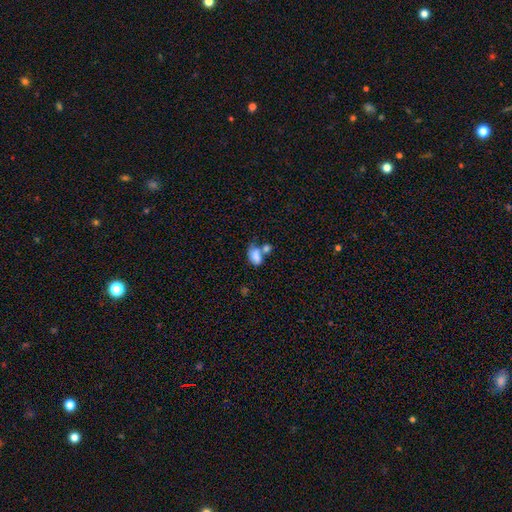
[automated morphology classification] Overall: smooth (79%). How rounded: in between (88%). Merging: merger (50%; none 29%).